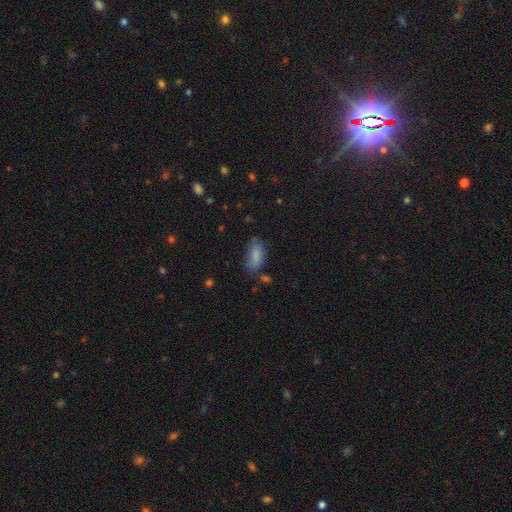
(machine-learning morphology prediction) type=smooth (83%); roundness=in between (88%); merging=none (63%).